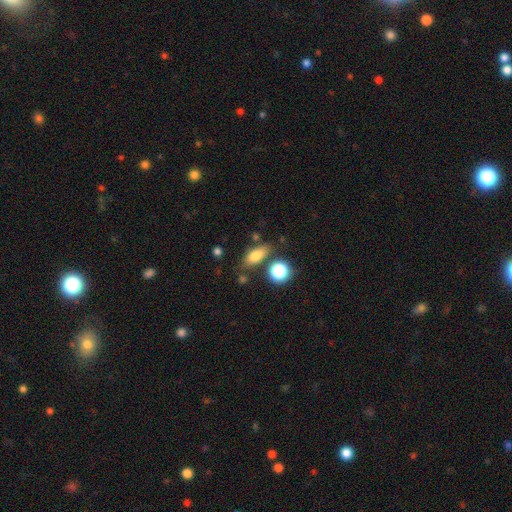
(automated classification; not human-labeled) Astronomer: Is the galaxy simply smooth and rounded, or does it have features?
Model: smooth — 77%.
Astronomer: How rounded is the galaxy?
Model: in between — 74%.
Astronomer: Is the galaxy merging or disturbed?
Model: none — 75%.